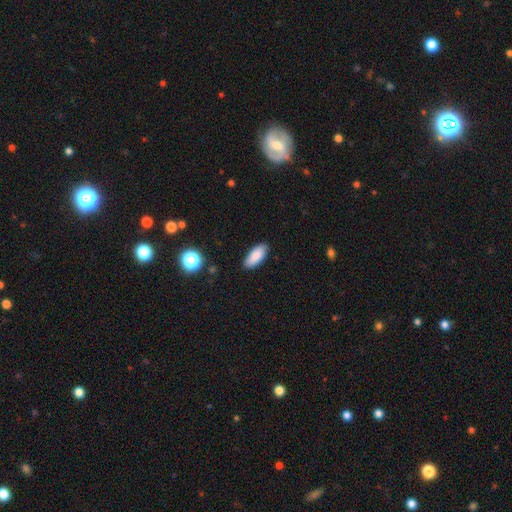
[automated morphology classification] smooth 87%, star or artifact 7%, featured or disk 6%. Down the decision tree: how rounded — in between (85%); merging — none (87%).